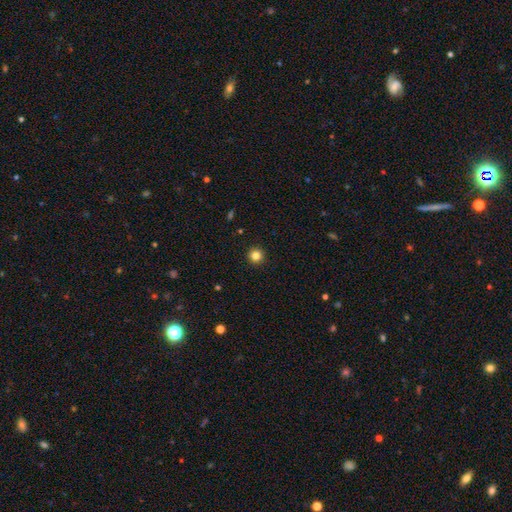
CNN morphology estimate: Overall: smooth (83%). How rounded: round (96%). Merging: none (93%).